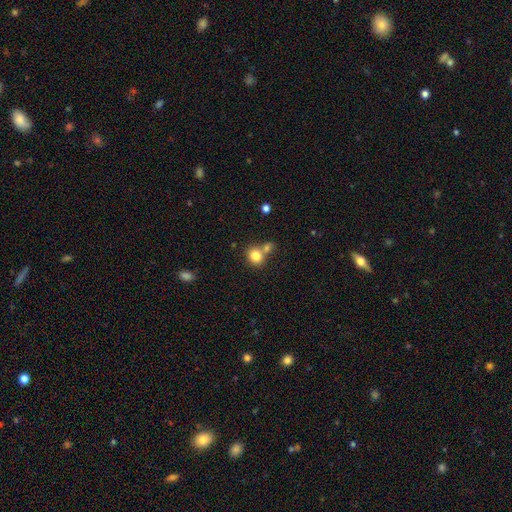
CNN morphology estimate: smooth_or_featured: smooth (p=0.81) [alt: star or artifact p=0.11]
how_rounded: round (p=0.74) [alt: in between p=0.25]
merging: none (p=0.53) [alt: merger p=0.34]